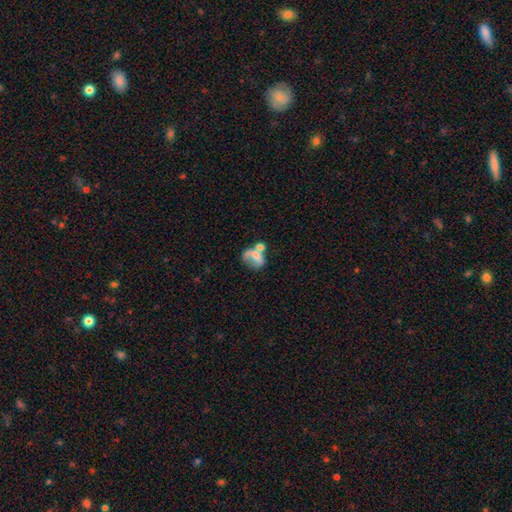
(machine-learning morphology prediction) The model was most divided on "merging": merger: 41%, none: 23%, major disturbance: 21%, minor disturbance: 14%. More confident: how rounded — in between (67%); smooth or featured — smooth (56%).